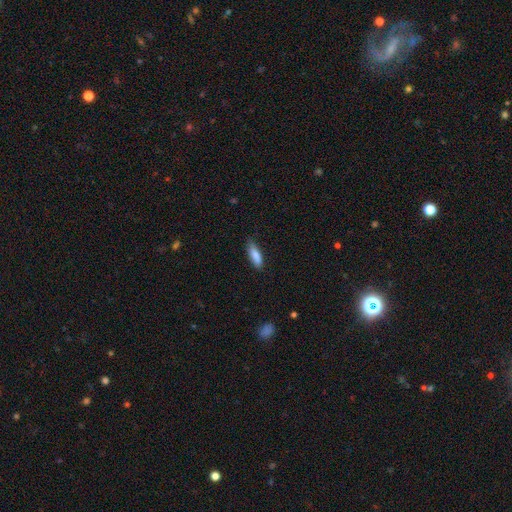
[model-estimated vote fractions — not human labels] The model was most divided on "how rounded": in between: 51%, cigar-shaped: 47%, round: 2%. More confident: smooth or featured — smooth (85%); merging — none (75%).